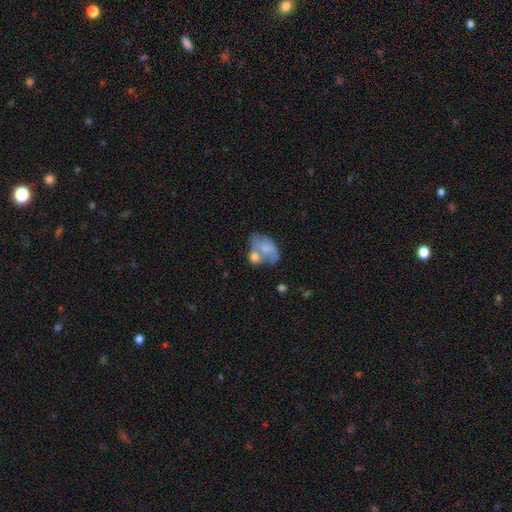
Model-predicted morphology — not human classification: A smooth galaxy with no disk features (49%). Merging: merger (44%).